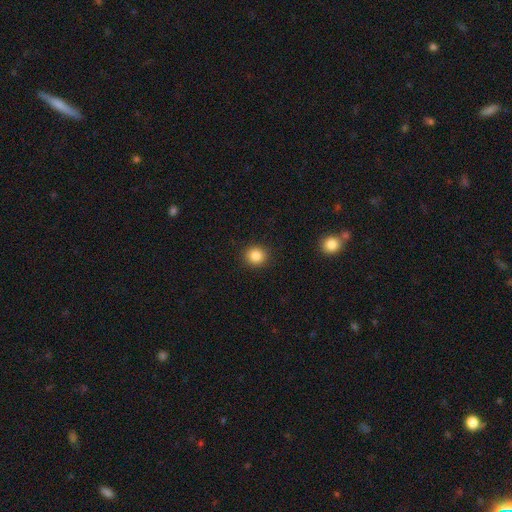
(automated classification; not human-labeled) Smooth or featured: smooth — 86% (star or artifact — 10%)
How rounded: round — 89% (in between — 10%)
Merging: none — 91% (minor disturbance — 6%)